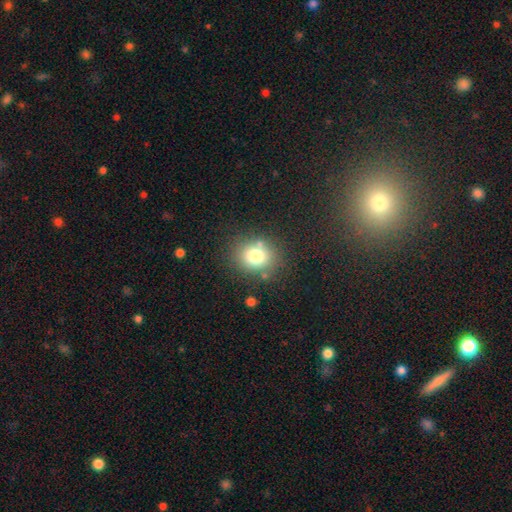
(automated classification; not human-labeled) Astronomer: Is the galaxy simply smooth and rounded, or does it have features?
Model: smooth — 71%.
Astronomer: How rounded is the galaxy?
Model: round — 74%.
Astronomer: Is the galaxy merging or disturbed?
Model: none — 84%.